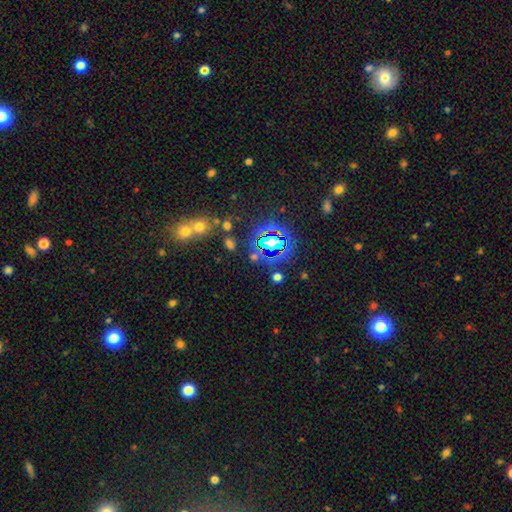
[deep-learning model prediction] Smooth or featured? Predicted: star or artifact (p=0.72).